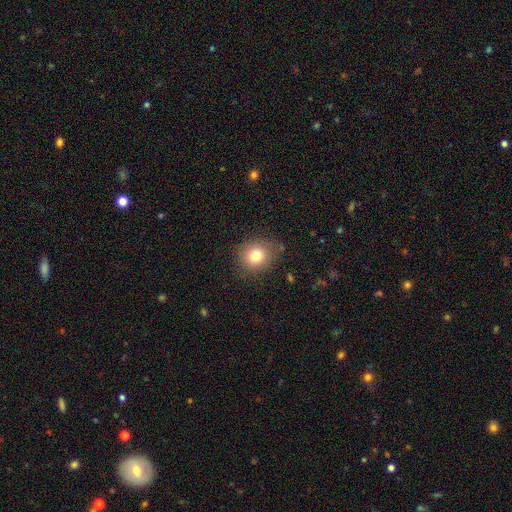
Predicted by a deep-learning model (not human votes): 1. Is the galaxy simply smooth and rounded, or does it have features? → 78% smooth, 12% star or artifact, 10% featured or disk.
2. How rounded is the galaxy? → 77% round, 22% in between, 1% cigar-shaped.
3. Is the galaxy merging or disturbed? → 80% none, 14% minor disturbance, 4% major disturbance, 2% merger.